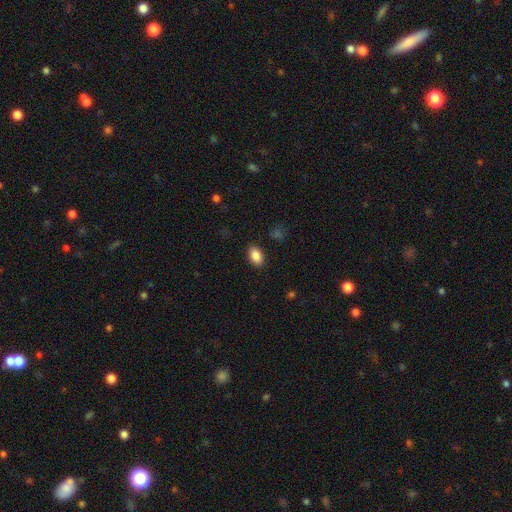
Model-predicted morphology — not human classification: smooth-or-featured: smooth: 88% | star or artifact: 8% | featured or disk: 5%
  how-rounded: in between: 91% | round: 8% | cigar-shaped: 2%
  merging: none: 88% | minor disturbance: 8% | major disturbance: 2% | merger: 1%